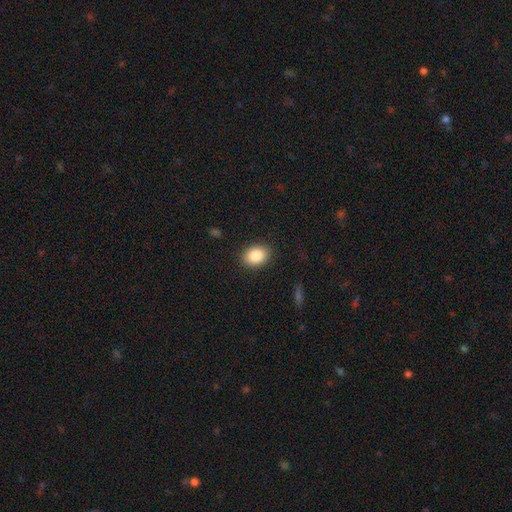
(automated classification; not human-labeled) This is clearly a smooth galaxy (87%). How rounded: likely in between (65%). Merging: clearly none (88%).